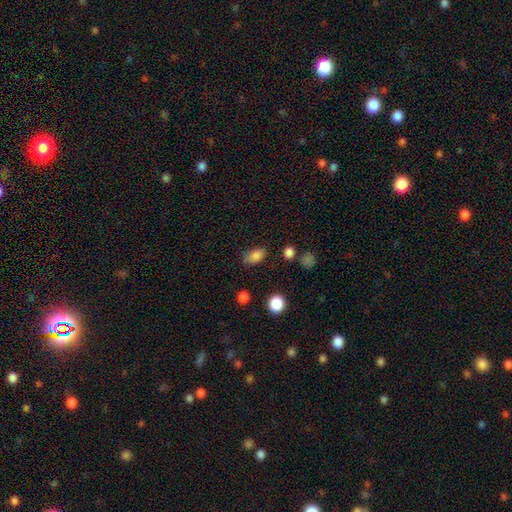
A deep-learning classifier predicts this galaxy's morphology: Overall: smooth (84%). How rounded: in between (85%). Merging: none (69%).